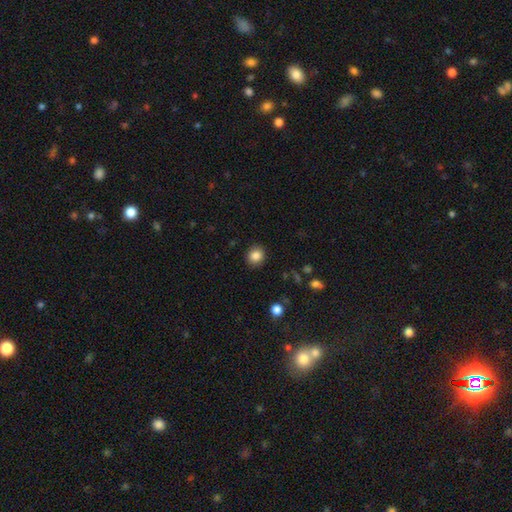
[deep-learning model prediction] Overall: smooth (85%). How rounded: round (83%). Merging: none (90%).